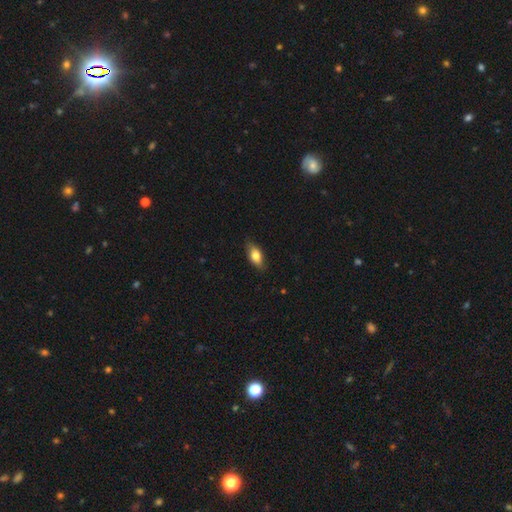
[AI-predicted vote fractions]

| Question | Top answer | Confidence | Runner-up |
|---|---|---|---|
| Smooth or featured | smooth | 76% | featured or disk (17%) |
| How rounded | in between | 85% | cigar-shaped (11%) |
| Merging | none | 83% | minor disturbance (13%) |